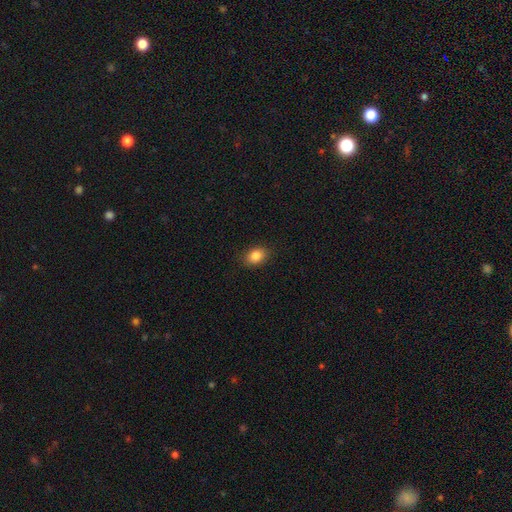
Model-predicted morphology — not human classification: A smooth galaxy with no disk features (85%) that is in between round and cigar-shaped (74%). Merging: none (88%).